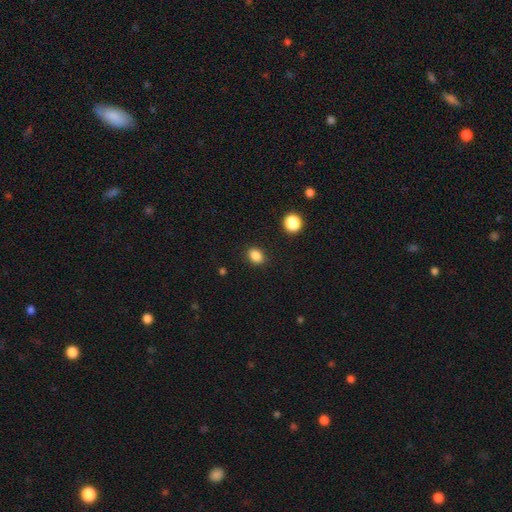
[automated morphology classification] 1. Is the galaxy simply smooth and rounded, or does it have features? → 86% smooth, 10% star or artifact, 3% featured or disk.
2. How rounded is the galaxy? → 70% in between, 29% round, 1% cigar-shaped.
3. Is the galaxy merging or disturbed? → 87% none, 9% minor disturbance, 3% major disturbance, 1% merger.